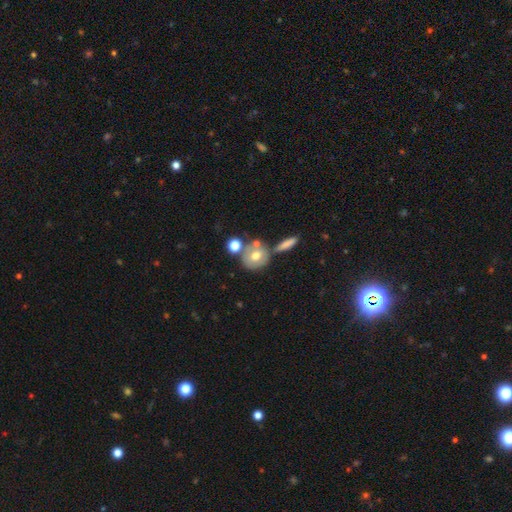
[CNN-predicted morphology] A smooth galaxy with no disk features (62%) that is round (76%). Merging: none (54%).